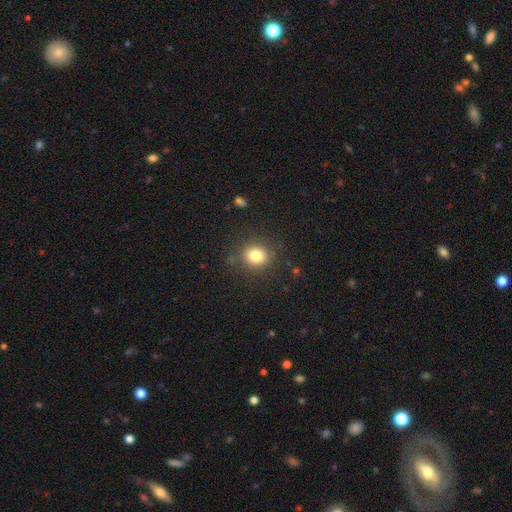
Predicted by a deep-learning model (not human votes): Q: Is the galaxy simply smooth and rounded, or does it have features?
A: smooth — 81%.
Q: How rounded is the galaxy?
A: round — 79%.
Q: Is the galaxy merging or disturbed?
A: none — 85%.